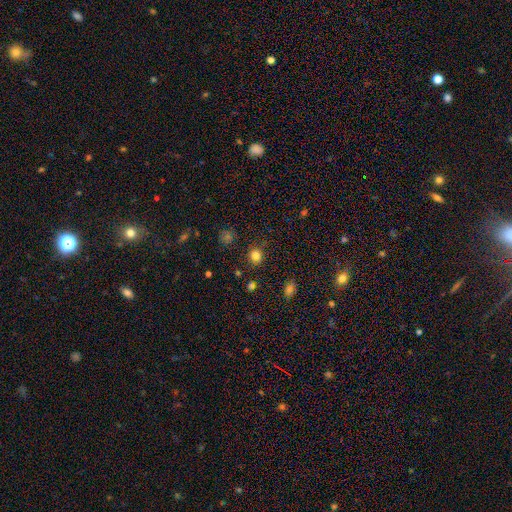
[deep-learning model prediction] Smooth or featured: smooth — 81% (star or artifact — 14%)
How rounded: round — 83% (in between — 16%)
Merging: none — 87% (minor disturbance — 9%)